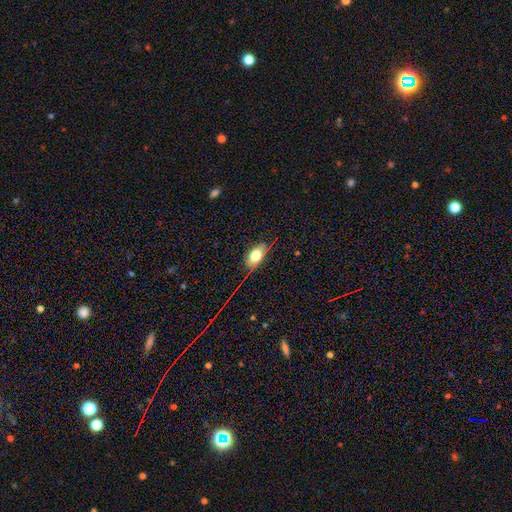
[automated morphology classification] Q: Smooth or featured?
A: smooth (69%); runner-up: featured or disk (18%)
Q: How rounded?
A: in between (87%); runner-up: round (9%)
Q: Merging?
A: none (73%); runner-up: minor disturbance (20%)